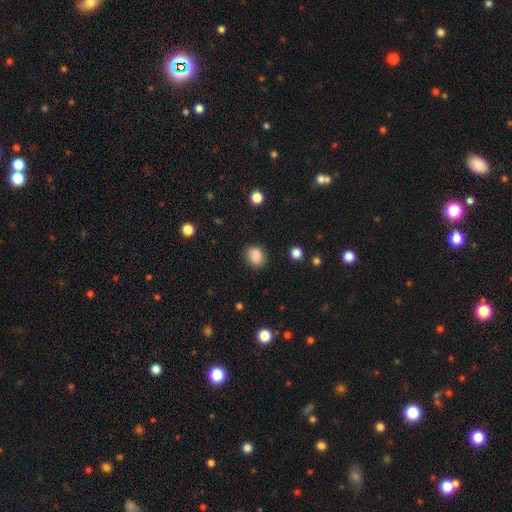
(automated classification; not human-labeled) Smooth or featured? Predicted: smooth (p=0.83). How rounded? Predicted: round (p=0.61). Merging? Predicted: none (p=0.82).